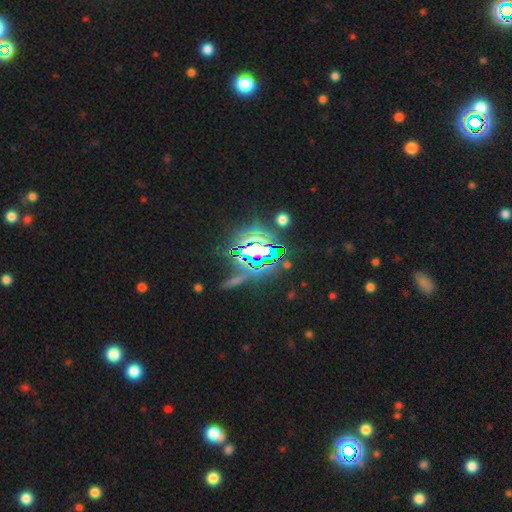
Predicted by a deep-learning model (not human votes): The model was most divided on "smooth or featured": star or artifact: 77%, featured or disk: 12%, smooth: 11%.